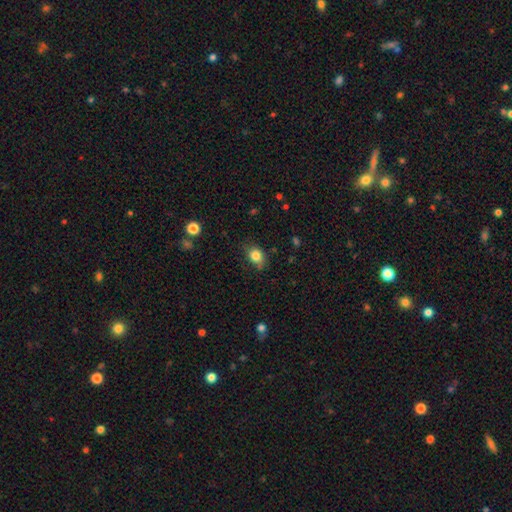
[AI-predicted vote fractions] smooth-or-featured: smooth: 83% | star or artifact: 10% | featured or disk: 7%
  how-rounded: in between: 61% | round: 38% | cigar-shaped: 1%
  merging: none: 74% | minor disturbance: 20% | major disturbance: 4% | merger: 2%